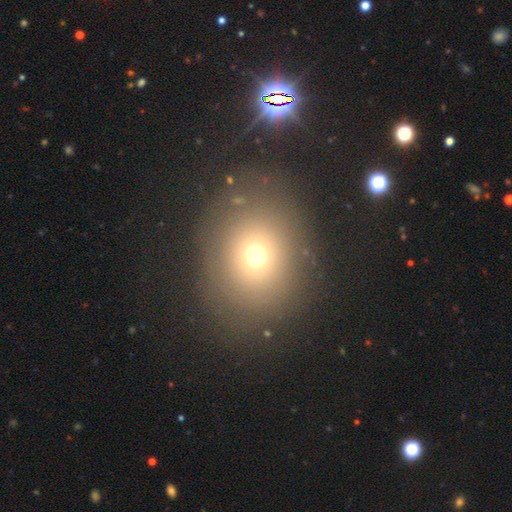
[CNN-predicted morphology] This appears to be a smooth galaxy with no disk features (67%) that is round (65%). Merging: none (80%).